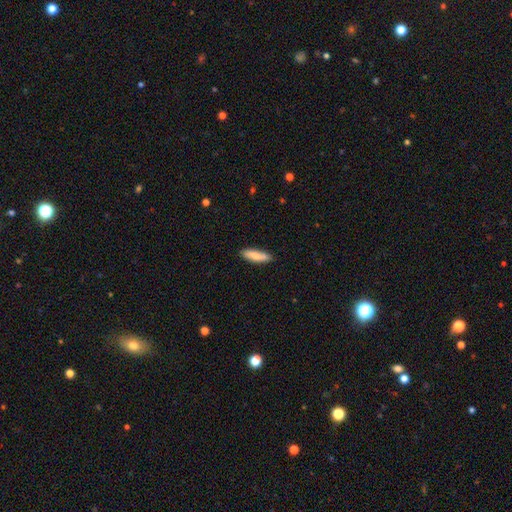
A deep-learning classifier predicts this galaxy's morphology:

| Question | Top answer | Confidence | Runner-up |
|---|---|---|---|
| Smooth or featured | smooth | 79% | featured or disk (15%) |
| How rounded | cigar-shaped | 60% | in between (38%) |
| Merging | none | 85% | minor disturbance (12%) |